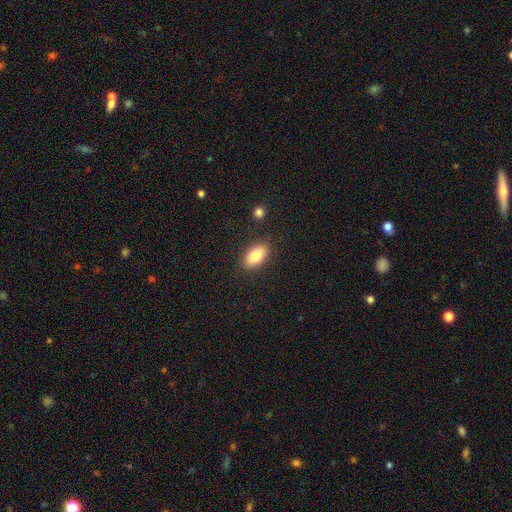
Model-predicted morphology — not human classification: smooth 82%, featured or disk 11%, star or artifact 7%. Down the decision tree: how rounded — in between (91%); merging — none (86%).